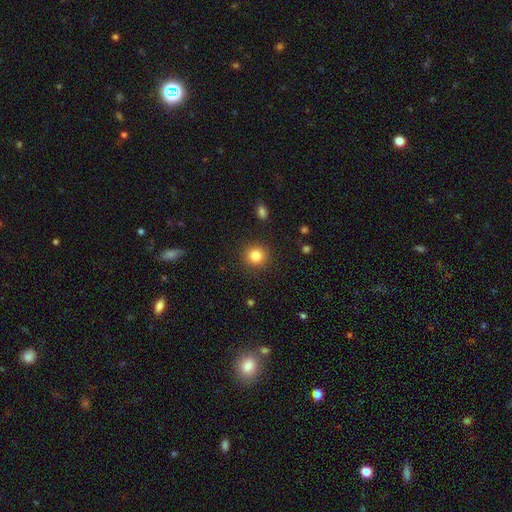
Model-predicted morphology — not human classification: type=smooth (83%); roundness=round (93%); merging=none (90%).